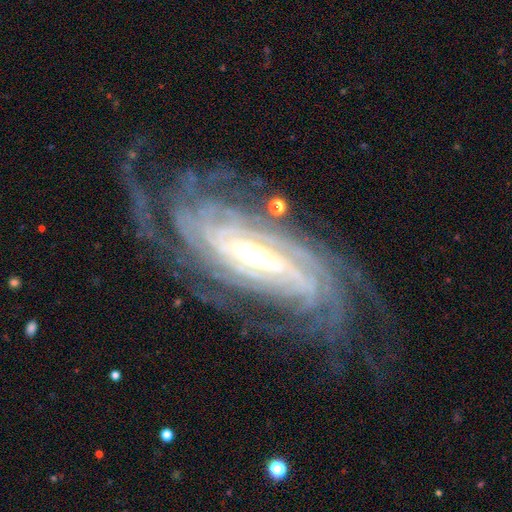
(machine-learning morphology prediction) Smooth or featured?
  - featured or disk: 92% *
  - star or artifact: 5%
  - smooth: 4%
Edge-on disk?
  - no: 91% *
  - yes: 9%
Bar?
  - strong: 54% *
  - weak: 29%
  - no: 17%
Spiral arms?
  - yes: 98% *
  - no: 2%
Spiral winding?
  - tight: 74% *
  - medium: 21%
  - loose: 5%
Spiral arm count?
  - 4: 25% *
  - more than 4: 24%
  - can't tell: 21%
  - 3: 13%
  - 2: 10%
  - 1: 7%
Bulge size?
  - moderate: 47% *
  - small: 42%
  - large: 8%
  - dominant: 1%
  - none: 1%
Merging?
  - none: 73% *
  - minor disturbance: 16%
  - major disturbance: 9%
  - merger: 2%